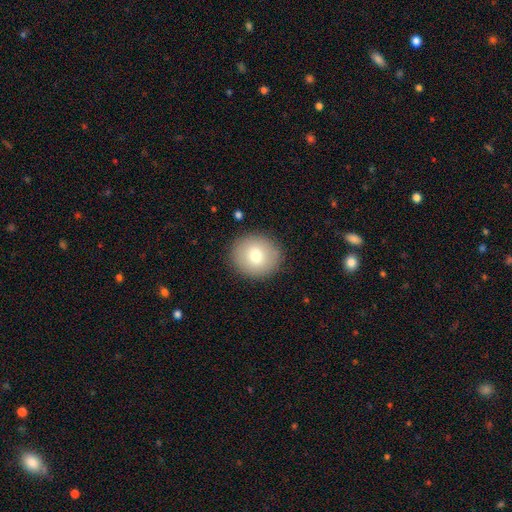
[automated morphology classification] smooth 76%, featured or disk 15%, star or artifact 9%. Down the decision tree: how rounded — round (86%); merging — none (89%).